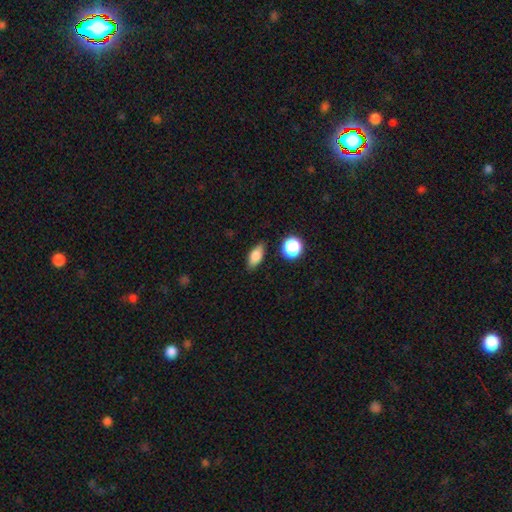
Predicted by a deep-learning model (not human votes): smooth-or-featured: smooth: 79% | featured or disk: 12% | star or artifact: 9%
  how-rounded: in between: 80% | cigar-shaped: 11% | round: 9%
  merging: none: 83% | minor disturbance: 12% | major disturbance: 3% | merger: 2%